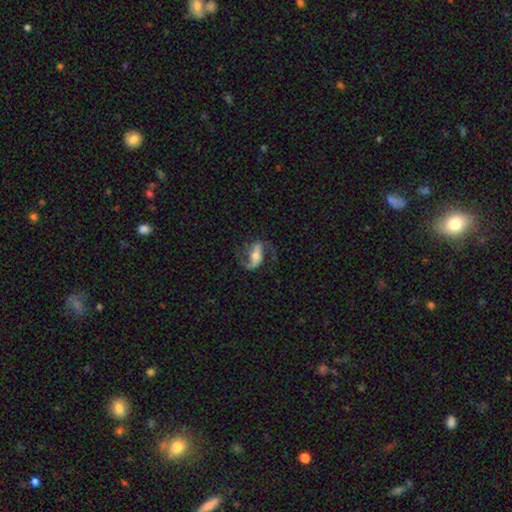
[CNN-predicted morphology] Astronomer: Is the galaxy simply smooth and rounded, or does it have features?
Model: featured or disk — 86%.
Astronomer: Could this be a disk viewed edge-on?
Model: no — 95%.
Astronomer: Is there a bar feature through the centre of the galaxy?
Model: strong — 53% (runner-up: weak, 29%).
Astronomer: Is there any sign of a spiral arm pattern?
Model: yes — 95%.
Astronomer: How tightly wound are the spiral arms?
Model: loose — 49% (runner-up: medium, 41%).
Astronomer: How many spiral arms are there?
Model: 2 — 92%.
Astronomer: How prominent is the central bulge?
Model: moderate — 54% (runner-up: small, 34%).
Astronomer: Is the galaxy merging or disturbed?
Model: none — 75%.